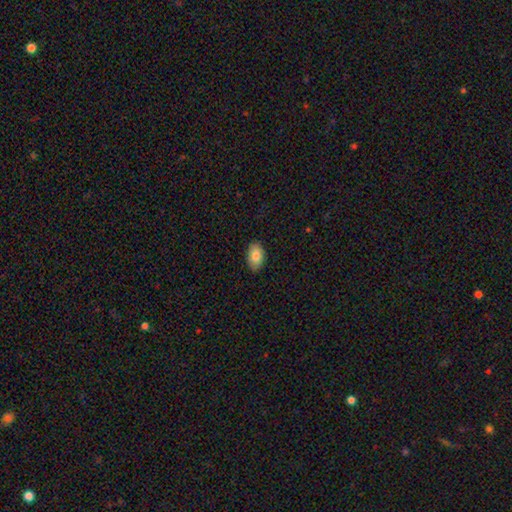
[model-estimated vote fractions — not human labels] A smooth galaxy with no disk features (82%) that is in between round and cigar-shaped (93%). Merging: none (88%).